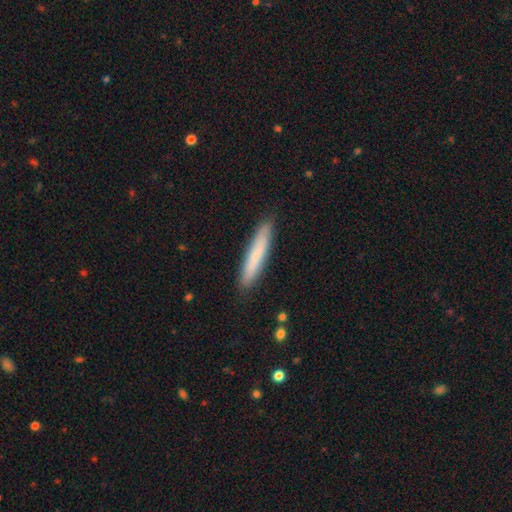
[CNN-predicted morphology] type=smooth (74%); roundness=cigar-shaped (92%); merging=none (88%).